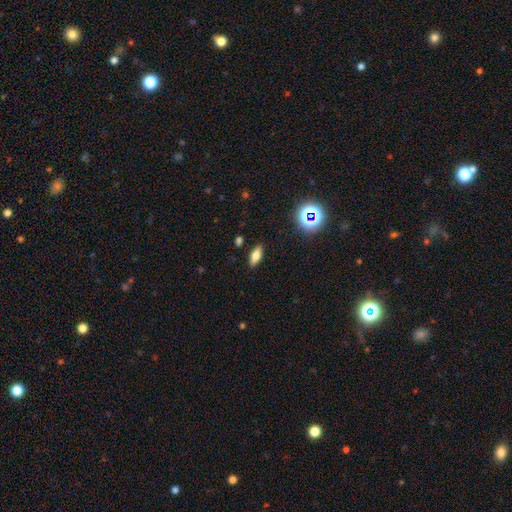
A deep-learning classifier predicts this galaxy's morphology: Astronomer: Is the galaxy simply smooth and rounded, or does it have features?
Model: smooth — 70%.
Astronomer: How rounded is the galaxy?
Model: in between — 76%.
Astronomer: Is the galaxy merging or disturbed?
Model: none — 89%.